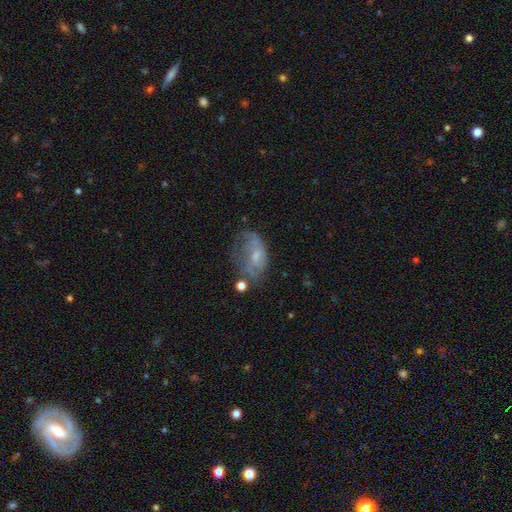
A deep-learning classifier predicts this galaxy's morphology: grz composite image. It shows a featured or disk galaxy (57%) with no bar (61%), spiral arms (63%) and a small central bulge (56%). Merging: none (36%).